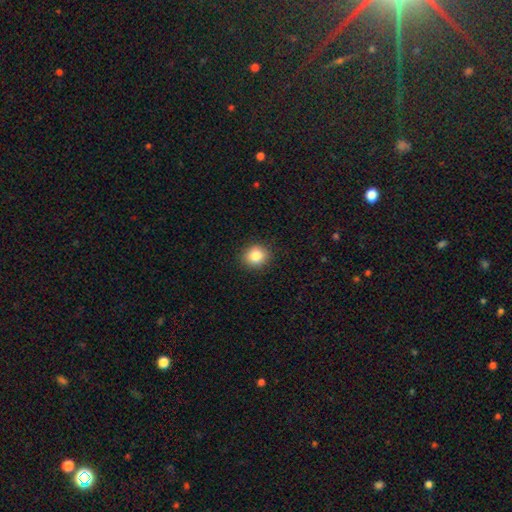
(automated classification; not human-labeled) The model was most divided on "how rounded": round: 81%, in between: 18%, cigar-shaped: 1%. More confident: merging — none (90%); smooth or featured — smooth (84%).